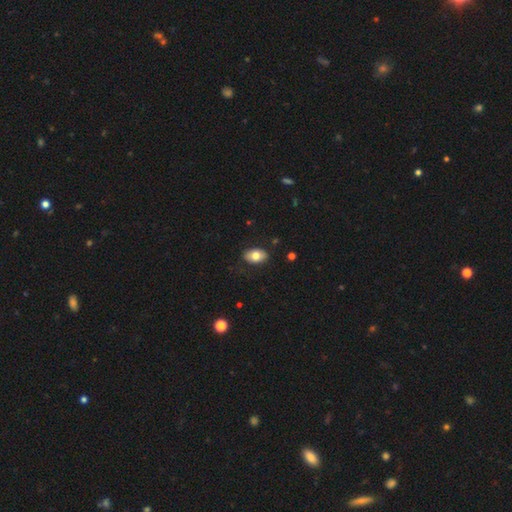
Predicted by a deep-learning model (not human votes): This appears to be a smooth galaxy with no disk features (77%) that is in between round and cigar-shaped (90%). Merging: none (86%).